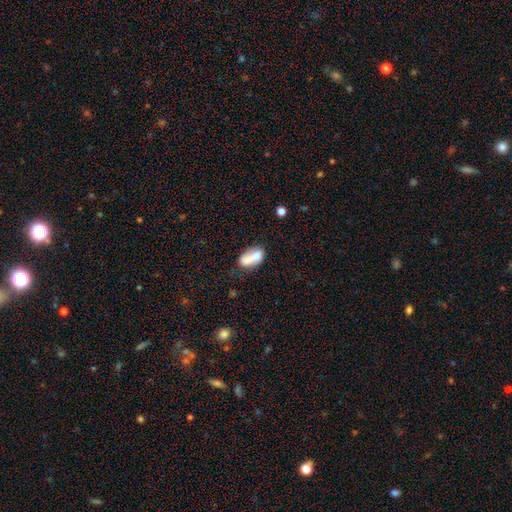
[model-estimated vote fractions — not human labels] Smooth or featured?
  - smooth: 65% *
  - featured or disk: 27%
  - star or artifact: 8%
How rounded?
  - in between: 82% *
  - round: 15%
  - cigar-shaped: 3%
Merging?
  - merger: 56% *
  - none: 25%
  - minor disturbance: 12%
  - major disturbance: 7%